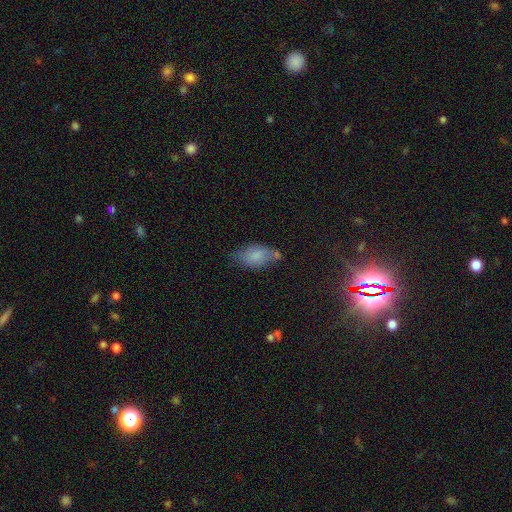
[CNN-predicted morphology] Smooth or featured? smooth (77%)
How rounded? in between (91%)
Merging? none (47%)